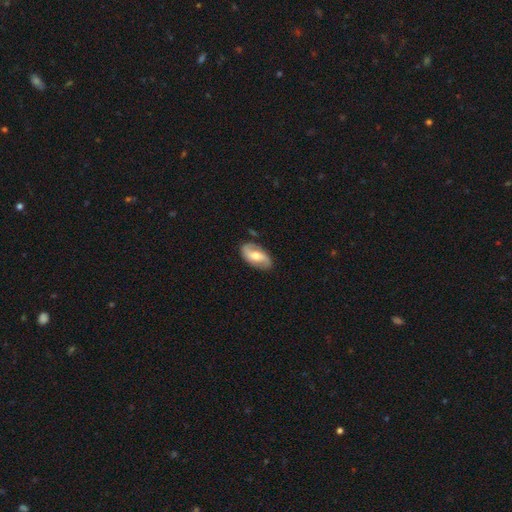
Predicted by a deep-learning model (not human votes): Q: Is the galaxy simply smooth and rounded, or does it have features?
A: featured or disk — 69%.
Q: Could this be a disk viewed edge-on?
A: no — 95%.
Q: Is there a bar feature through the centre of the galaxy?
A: weak — 41%.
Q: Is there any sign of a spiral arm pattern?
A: yes — 89%.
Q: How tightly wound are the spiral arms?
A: loose — 44%.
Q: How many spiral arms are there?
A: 2 — 89%.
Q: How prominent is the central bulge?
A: moderate — 65%.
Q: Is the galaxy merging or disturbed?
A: none — 80%.